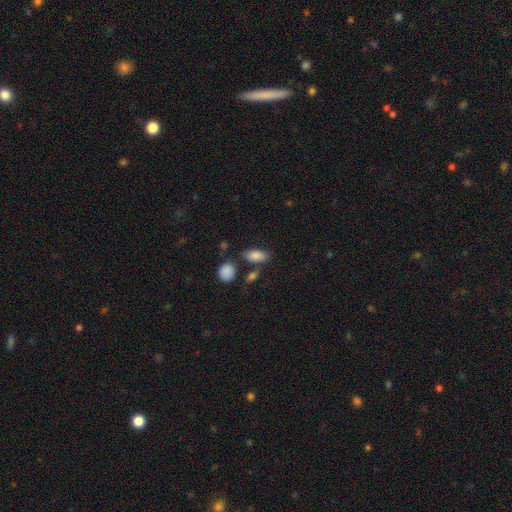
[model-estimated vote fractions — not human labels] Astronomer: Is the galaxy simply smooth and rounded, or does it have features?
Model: smooth — 85%.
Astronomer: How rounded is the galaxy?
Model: in between — 89%.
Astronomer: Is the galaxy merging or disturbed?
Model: none — 72%.